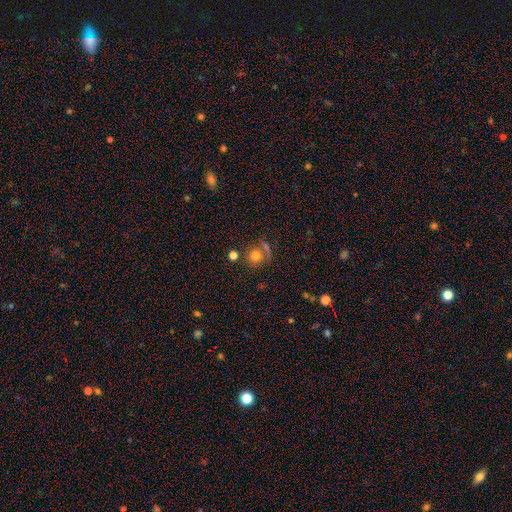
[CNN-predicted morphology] This is likely a smooth galaxy (73%). How rounded: clearly round (86%). Merging: possibly none (56%).